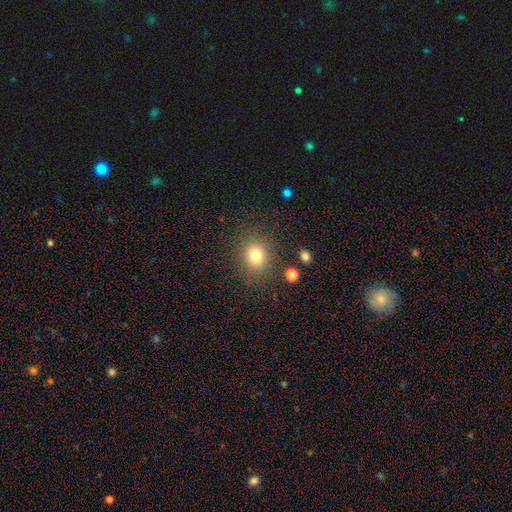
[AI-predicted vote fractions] Overall: smooth (78%). How rounded: round (72%). Merging: none (85%).